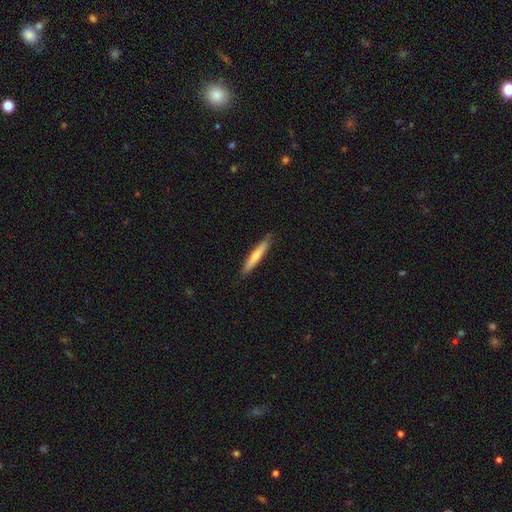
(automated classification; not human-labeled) smooth 65%, featured or disk 30%, star or artifact 5%. Down the decision tree: how rounded — cigar-shaped (92%); merging — none (85%).